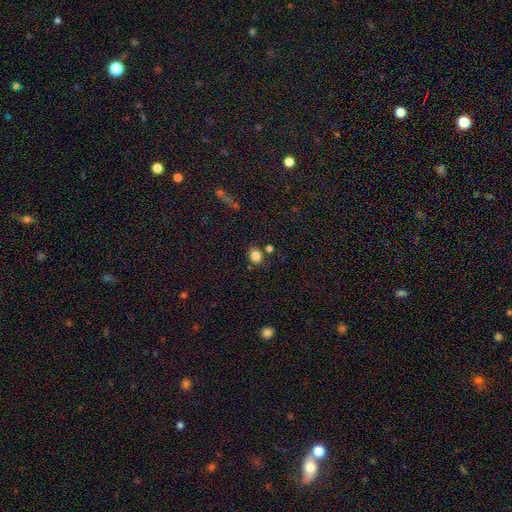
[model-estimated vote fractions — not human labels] smooth-or-featured: smooth: 84% | star or artifact: 11% | featured or disk: 5%
  how-rounded: round: 64% | in between: 35% | cigar-shaped: 1%
  merging: none: 79% | minor disturbance: 11% | merger: 7% | major disturbance: 3%